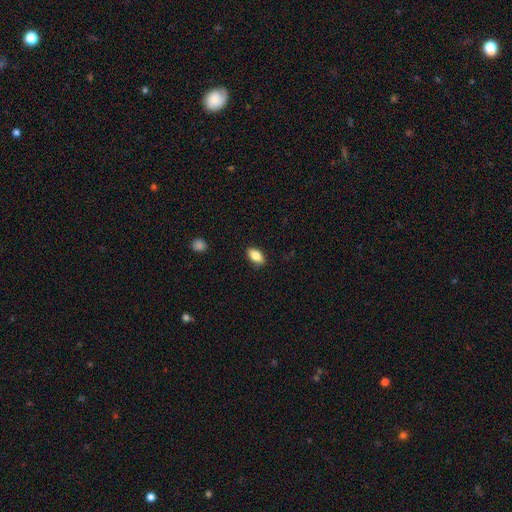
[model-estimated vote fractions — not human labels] Morphology: type=smooth (83%); roundness=in between (90%); merging=none (88%).